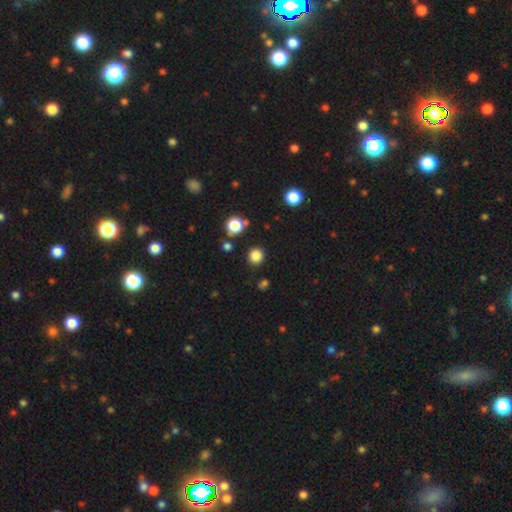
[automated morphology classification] smooth_or_featured: smooth (p=0.83) [alt: star or artifact p=0.14]
how_rounded: round (p=0.93) [alt: in between p=0.06]
merging: none (p=0.89) [alt: minor disturbance p=0.06]